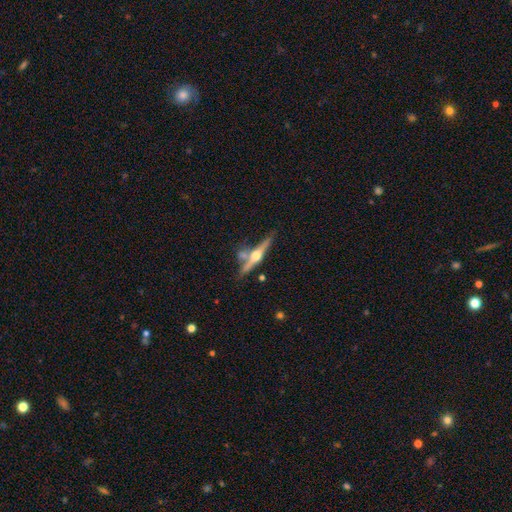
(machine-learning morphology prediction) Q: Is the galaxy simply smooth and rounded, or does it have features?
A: featured or disk — 74%.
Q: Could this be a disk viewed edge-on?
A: yes — 97%.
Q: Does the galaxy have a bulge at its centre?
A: rounded — 95%.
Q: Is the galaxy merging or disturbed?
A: none — 66%.